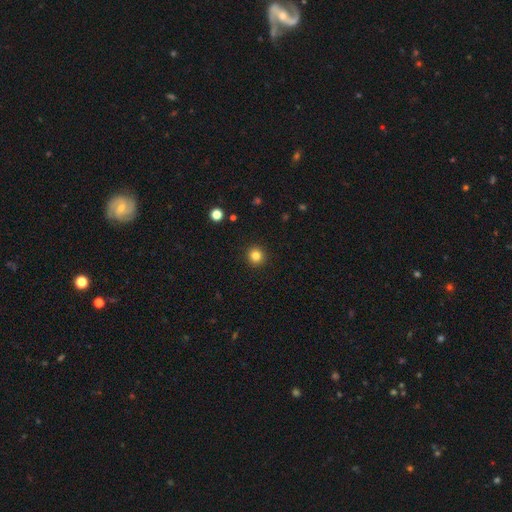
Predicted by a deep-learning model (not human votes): smooth_or_featured: smooth (p=0.83) [alt: star or artifact p=0.12]
how_rounded: round (p=0.94) [alt: in between p=0.05]
merging: none (p=0.93) [alt: minor disturbance p=0.04]